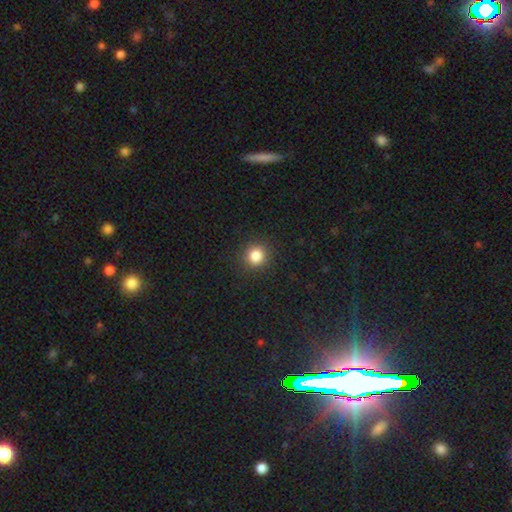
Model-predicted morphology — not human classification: smooth-or-featured: smooth: 84% | star or artifact: 12% | featured or disk: 4%
  how-rounded: round: 92% | in between: 7% | cigar-shaped: 1%
  merging: none: 91% | minor disturbance: 6% | major disturbance: 2% | merger: 1%